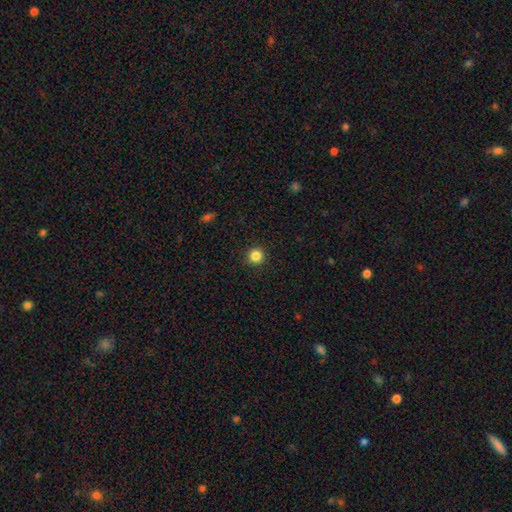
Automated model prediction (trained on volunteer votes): Morphology: type=smooth (84%); roundness=round (95%); merging=none (92%).